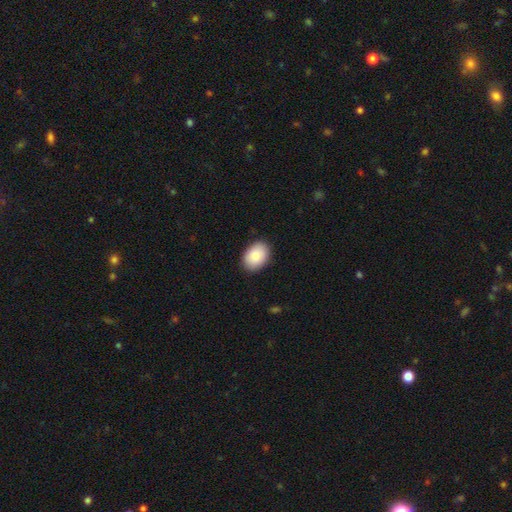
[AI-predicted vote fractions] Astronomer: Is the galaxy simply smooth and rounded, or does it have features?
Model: smooth — 85%.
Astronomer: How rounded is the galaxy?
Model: in between — 76%.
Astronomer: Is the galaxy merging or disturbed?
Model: none — 88%.